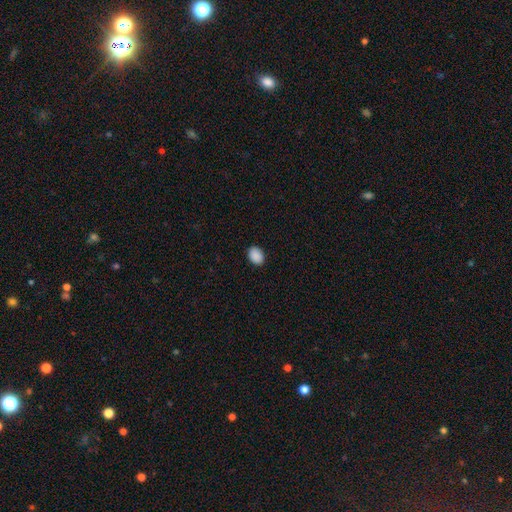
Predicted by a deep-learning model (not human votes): Morphology: type=smooth (90%); roundness=in between (67%); merging=none (89%).